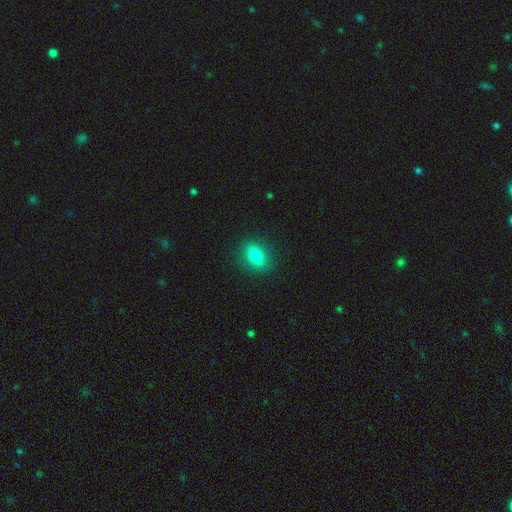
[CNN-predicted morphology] The model was most divided on "how rounded": in between: 68%, round: 29%, cigar-shaped: 3%. More confident: merging — none (87%); smooth or featured — smooth (78%).